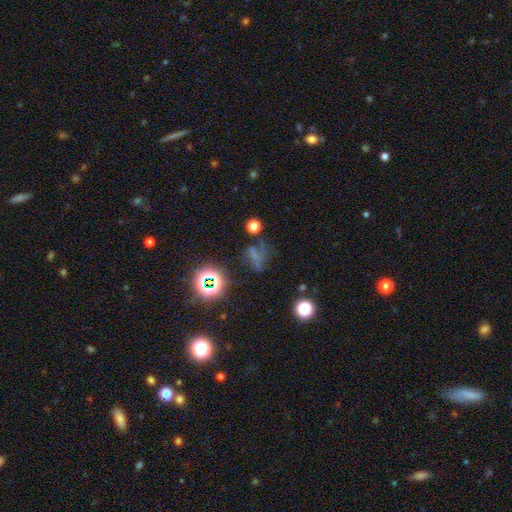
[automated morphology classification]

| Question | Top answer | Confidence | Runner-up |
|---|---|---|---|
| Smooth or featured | smooth | 42% | star or artifact (38%) |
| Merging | none | 43% | major disturbance (28%) |